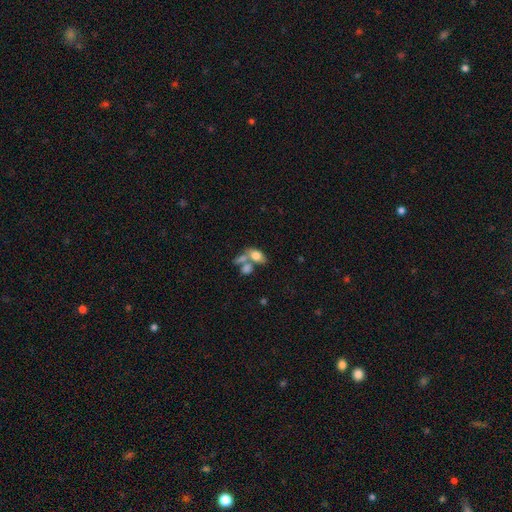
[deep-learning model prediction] Smooth or featured? smooth (68%)
How rounded? in between (83%)
Merging? merger (51%)